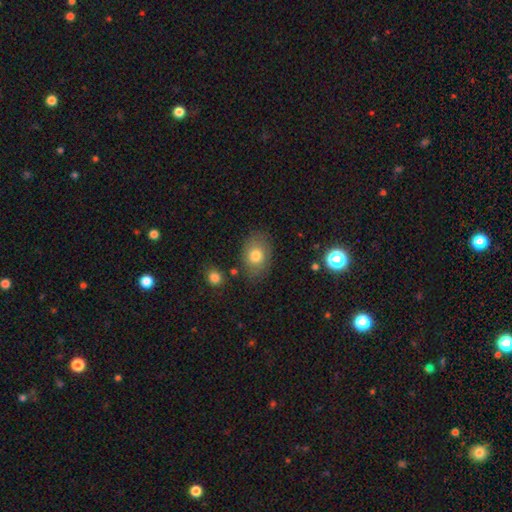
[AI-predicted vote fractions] Q: Smooth or featured?
A: smooth (75%); runner-up: featured or disk (16%)
Q: How rounded?
A: in between (71%); runner-up: round (28%)
Q: Merging?
A: none (78%); runner-up: minor disturbance (14%)